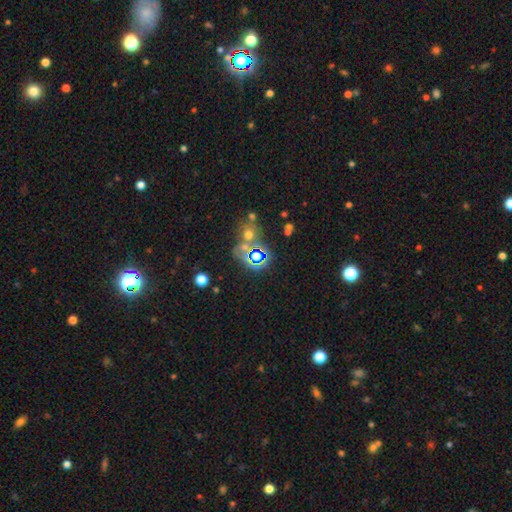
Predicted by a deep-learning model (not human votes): Q: Smooth or featured?
A: star or artifact (53%); runner-up: smooth (35%)